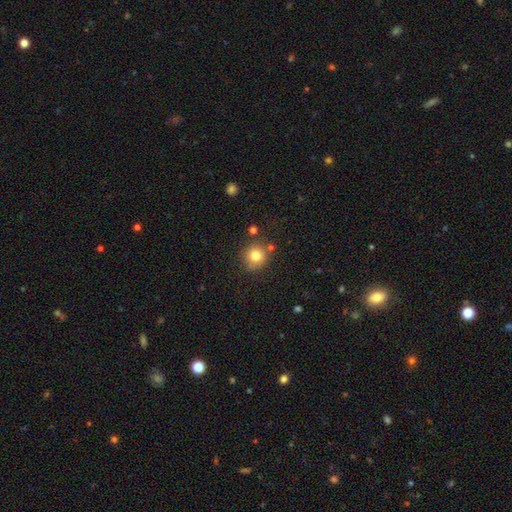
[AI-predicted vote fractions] A smooth galaxy with no disk features (79%) that is round (91%).

Vote fractions:
- Smooth or featured? smooth: 79% / star or artifact: 12% / featured or disk: 9%
- How rounded? round: 91% / in between: 8% / cigar-shaped: 1%
- Merging? none: 81% / minor disturbance: 10% / merger: 6% / major disturbance: 3%